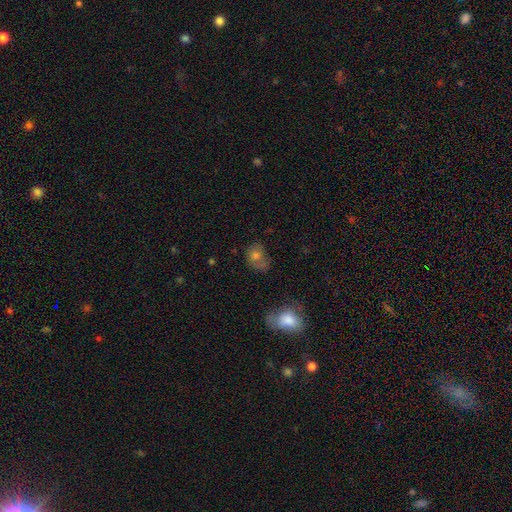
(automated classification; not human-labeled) smooth 66%, featured or disk 20%, star or artifact 14%. Down the decision tree: how rounded — round (51%); merging — none (44%).